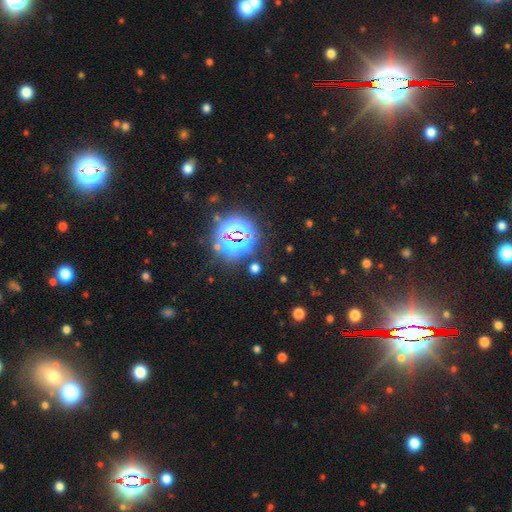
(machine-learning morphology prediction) Smooth or featured?
  - star or artifact: 83% *
  - smooth: 9%
  - featured or disk: 7%